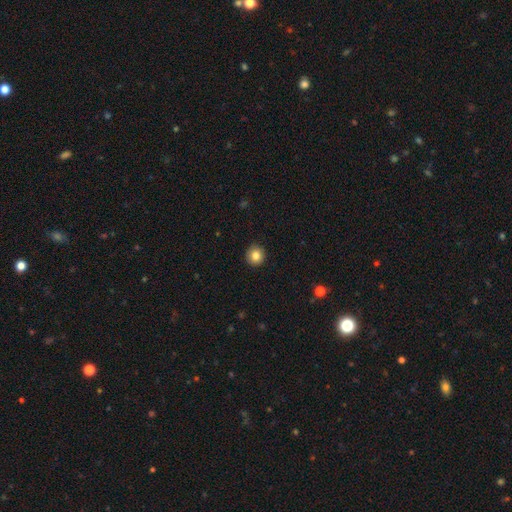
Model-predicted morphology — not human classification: A smooth galaxy with no disk features (84%) that is round (92%). Merging: none (92%).